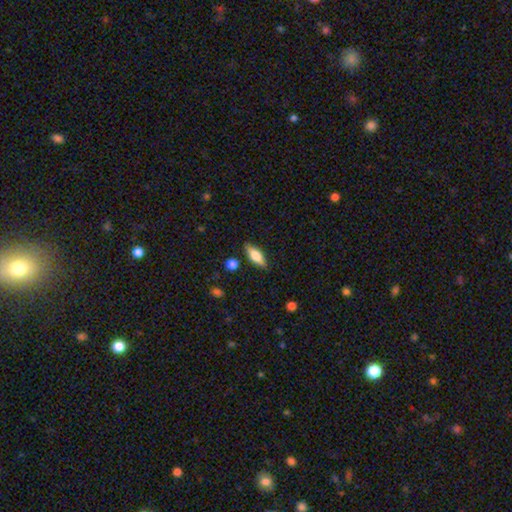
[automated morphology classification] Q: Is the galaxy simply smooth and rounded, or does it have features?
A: smooth — 70%.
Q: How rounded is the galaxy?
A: in between — 67%.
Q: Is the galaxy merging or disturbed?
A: none — 84%.